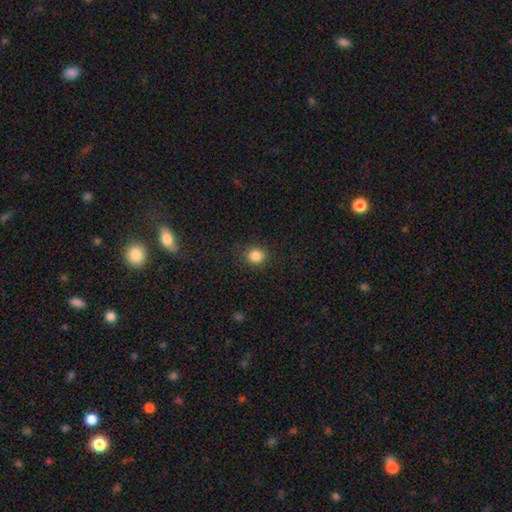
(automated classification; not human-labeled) Smooth or featured: smooth — 85% (star or artifact — 11%)
How rounded: round — 82% (in between — 17%)
Merging: none — 89% (minor disturbance — 8%)